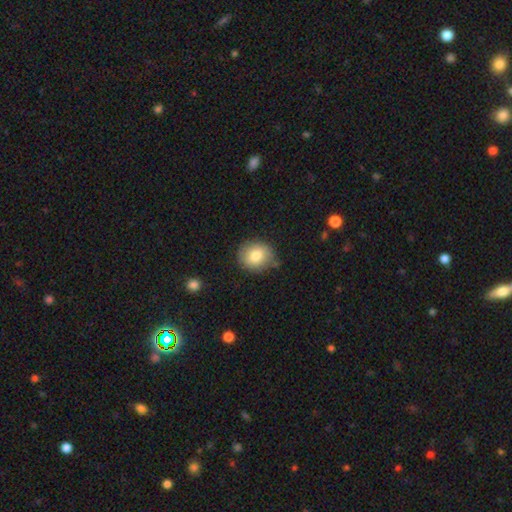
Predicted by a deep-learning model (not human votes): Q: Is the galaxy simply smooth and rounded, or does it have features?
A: smooth — 81%.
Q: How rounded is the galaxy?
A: round — 72%.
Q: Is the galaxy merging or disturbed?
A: none — 78%.